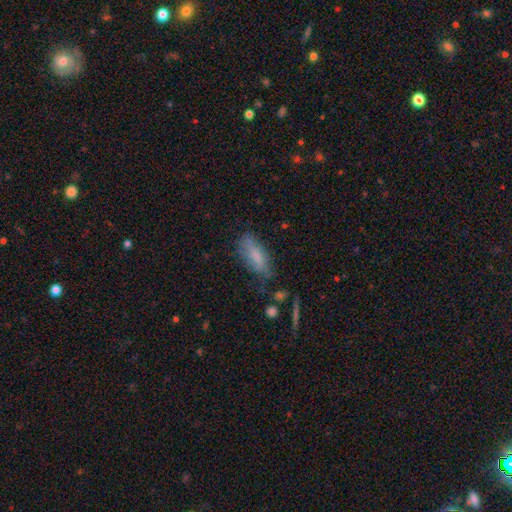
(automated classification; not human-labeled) The model was most divided on "merging": none: 58%, minor disturbance: 28%, major disturbance: 10%, merger: 4%. More confident: smooth or featured — smooth (72%); how rounded — in between (69%).